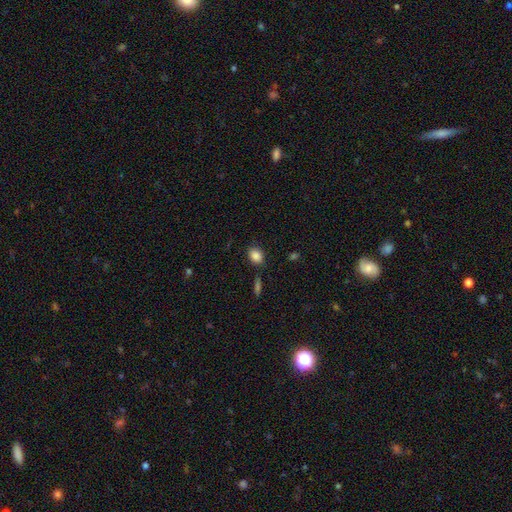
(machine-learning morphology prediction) smooth 86%, star or artifact 9%, featured or disk 4%. Down the decision tree: how rounded — in between (64%); merging — none (80%).